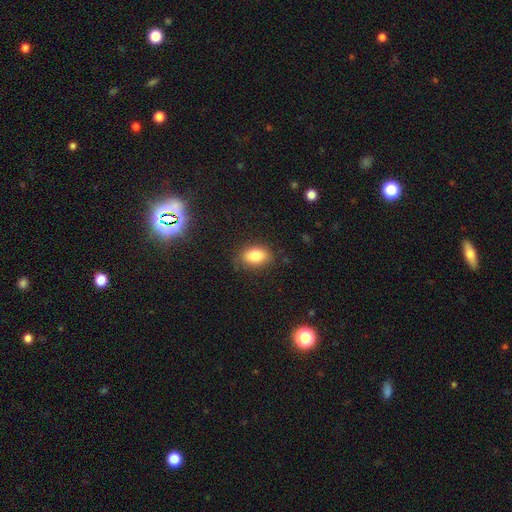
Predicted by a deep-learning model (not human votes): smooth 83%, star or artifact 9%, featured or disk 8%. Down the decision tree: how rounded — in between (88%); merging — none (77%).